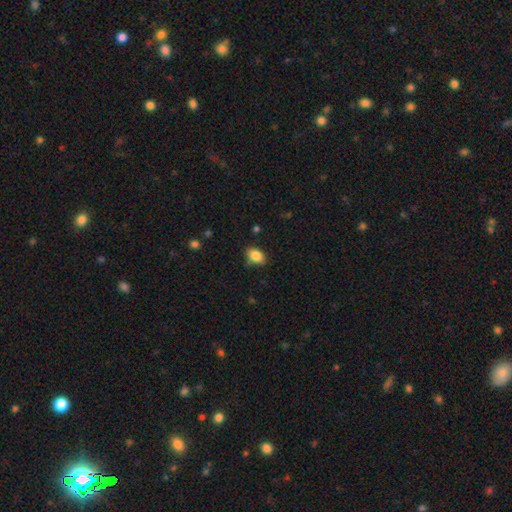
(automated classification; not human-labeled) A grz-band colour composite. It shows a smooth galaxy with no disk features (85%) that is in between round and cigar-shaped (85%). Merging: none (78%).